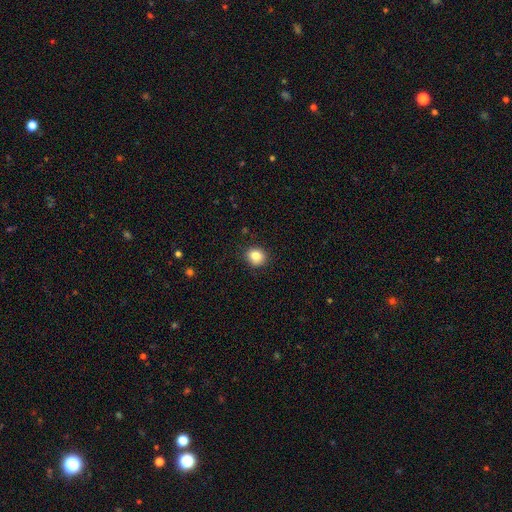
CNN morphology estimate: type=smooth (84%); roundness=round (79%); merging=none (89%).